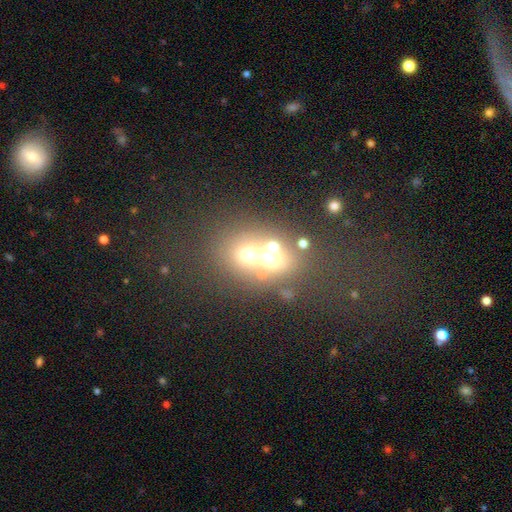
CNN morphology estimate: This is possibly a smooth galaxy (51%). How rounded: possibly round (59%). Merging: possibly merger (55%).